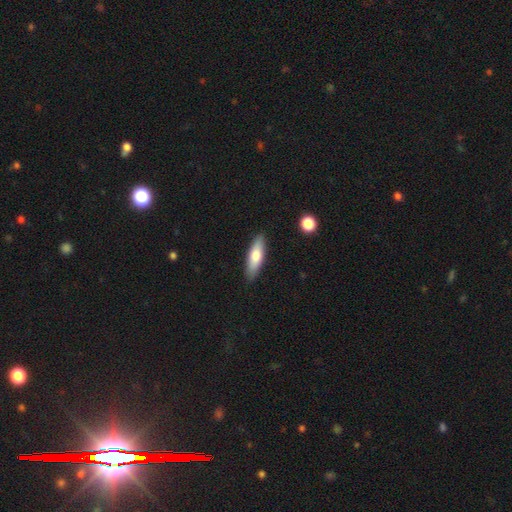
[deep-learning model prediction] smooth 71%, featured or disk 24%, star or artifact 5%. Down the decision tree: how rounded — cigar-shaped (54%); merging — none (88%).